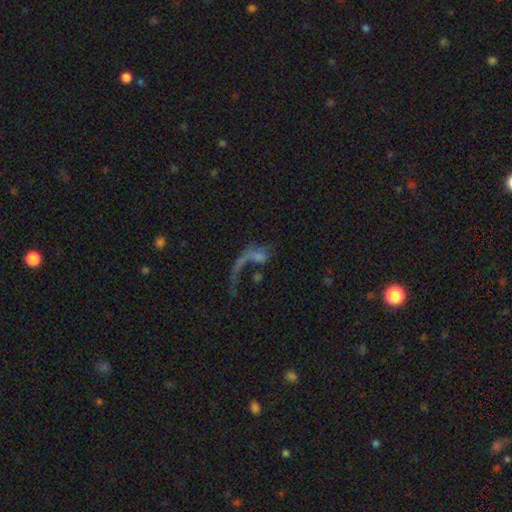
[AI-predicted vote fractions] smooth-or-featured: featured or disk: 51% | smooth: 31% | star or artifact: 18%
  disk-edge-on: no: 92% | yes: 8%
  merging: major disturbance: 42% | none: 26% | merger: 21% | minor disturbance: 11%